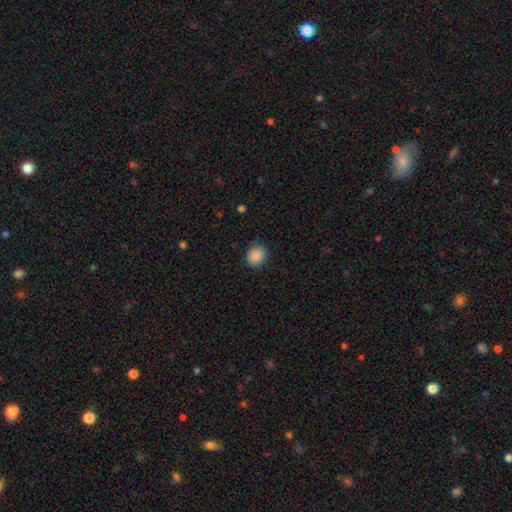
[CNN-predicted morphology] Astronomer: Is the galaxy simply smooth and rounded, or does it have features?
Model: smooth — 88%.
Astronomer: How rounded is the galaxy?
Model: round — 74%.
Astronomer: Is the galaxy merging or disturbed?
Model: none — 82%.